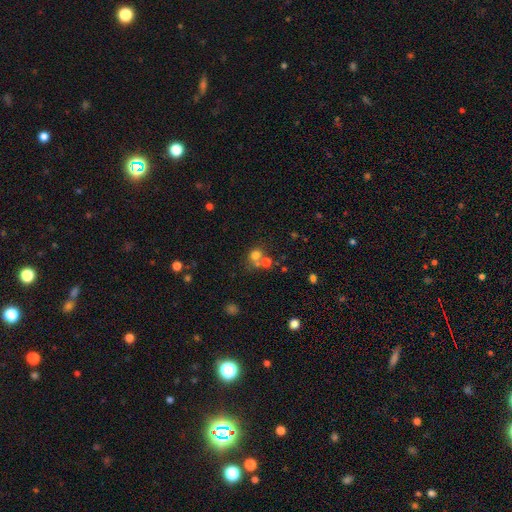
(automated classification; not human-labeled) Smooth or featured: smooth — 70% (star or artifact — 18%)
How rounded: round — 80% (in between — 19%)
Merging: none — 46% (merger — 41%)